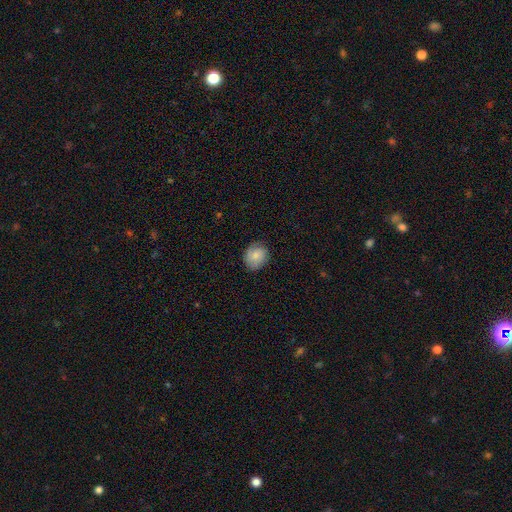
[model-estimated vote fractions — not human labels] smooth_or_featured: smooth (p=0.80) [alt: featured or disk p=0.13]
how_rounded: round (p=0.60) [alt: in between p=0.40]
merging: none (p=0.76) [alt: minor disturbance p=0.19]